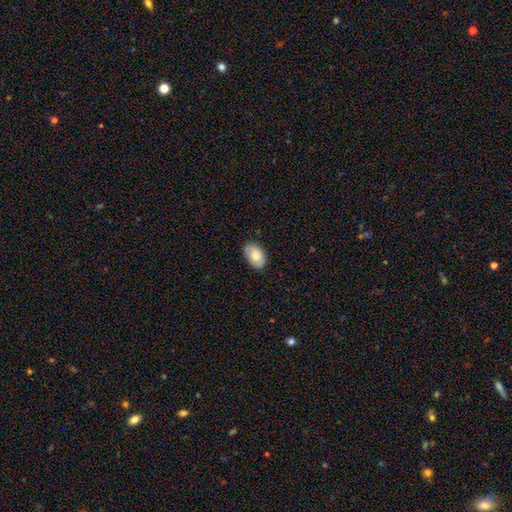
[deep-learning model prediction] smooth_or_featured: smooth (p=0.82) [alt: featured or disk p=0.12]
how_rounded: in between (p=0.92) [alt: round p=0.07]
merging: none (p=0.83) [alt: minor disturbance p=0.14]